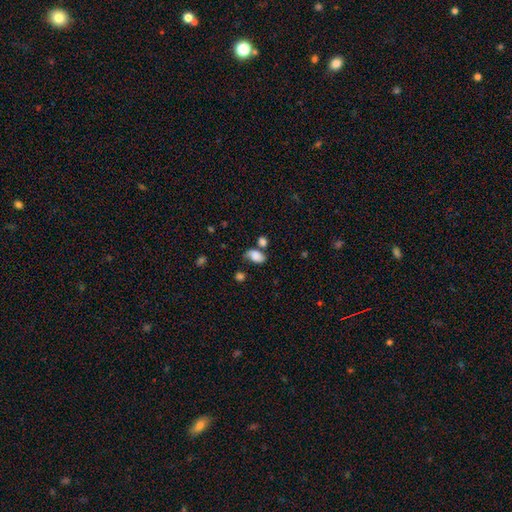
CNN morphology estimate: Smooth or featured?
  - smooth: 76% *
  - featured or disk: 14%
  - star or artifact: 10%
How rounded?
  - in between: 88% *
  - round: 10%
  - cigar-shaped: 2%
Merging?
  - none: 40% *
  - minor disturbance: 25%
  - merger: 22%
  - major disturbance: 14%